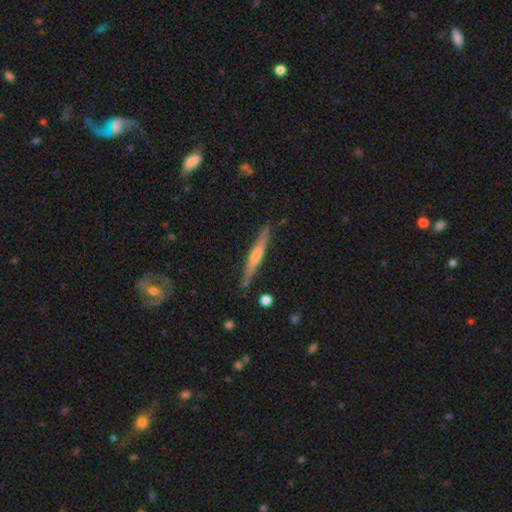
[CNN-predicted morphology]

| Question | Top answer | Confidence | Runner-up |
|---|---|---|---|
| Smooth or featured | featured or disk | 61% | smooth (33%) |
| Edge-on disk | yes | 97% | no (3%) |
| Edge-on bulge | rounded | 66% | none (21%) |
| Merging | none | 87% | minor disturbance (9%) |